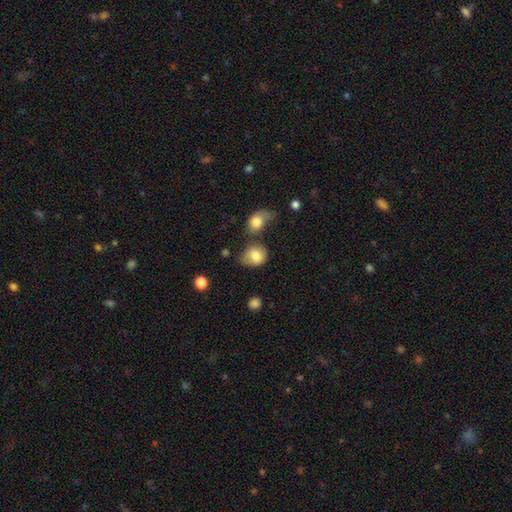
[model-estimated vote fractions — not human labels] A smooth galaxy with no disk features (81%) that is round (53%).

Vote fractions:
- Smooth or featured? smooth: 81% / featured or disk: 10% / star or artifact: 8%
- How rounded? round: 53% / in between: 45% / cigar-shaped: 1%
- Merging? none: 47% / minor disturbance: 25% / merger: 18% / major disturbance: 10%